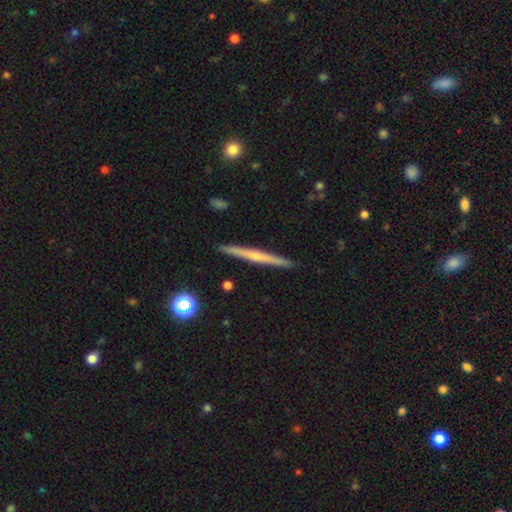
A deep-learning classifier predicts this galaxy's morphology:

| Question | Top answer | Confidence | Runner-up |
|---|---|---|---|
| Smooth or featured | featured or disk | 64% | smooth (29%) |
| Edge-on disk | yes | 98% | no (2%) |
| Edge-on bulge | rounded | 54% | none (40%) |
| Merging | none | 92% | minor disturbance (6%) |